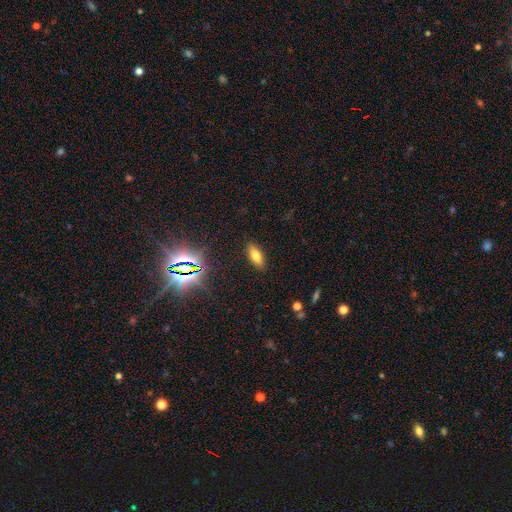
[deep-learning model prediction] The model was most divided on "smooth or featured": smooth: 71%, star or artifact: 15%, featured or disk: 13%. More confident: merging — none (87%); how rounded — in between (77%).